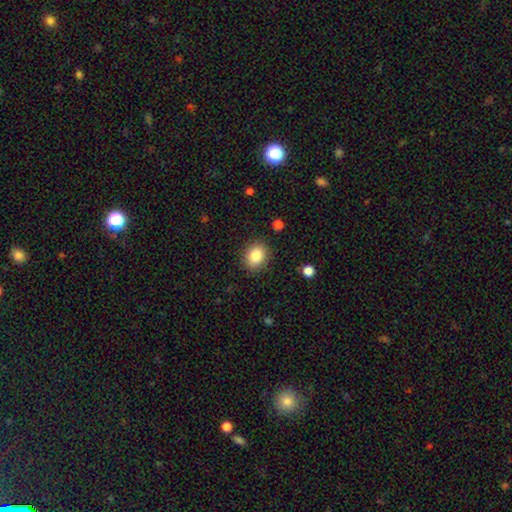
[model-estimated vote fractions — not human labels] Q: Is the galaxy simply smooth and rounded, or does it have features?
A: smooth — 85%.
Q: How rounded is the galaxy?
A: round — 50%.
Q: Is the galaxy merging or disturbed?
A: none — 88%.